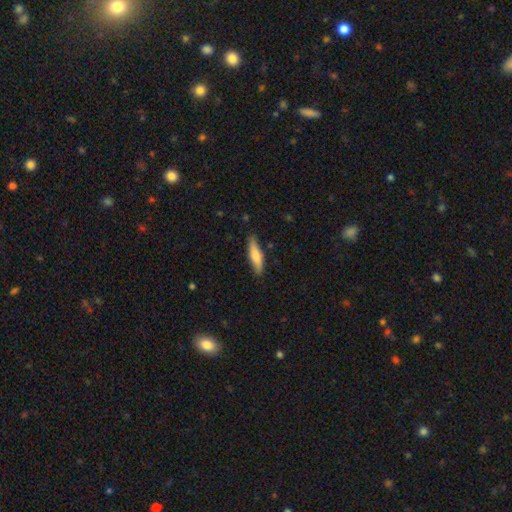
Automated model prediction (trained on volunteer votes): This appears to be a smooth galaxy with no disk features (70%) that is cigar-shaped (71%). Merging: none (83%).